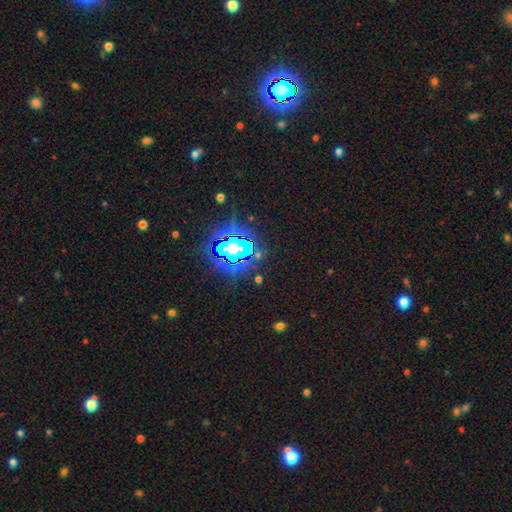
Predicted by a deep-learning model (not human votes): Overall: star or artifact (73%).